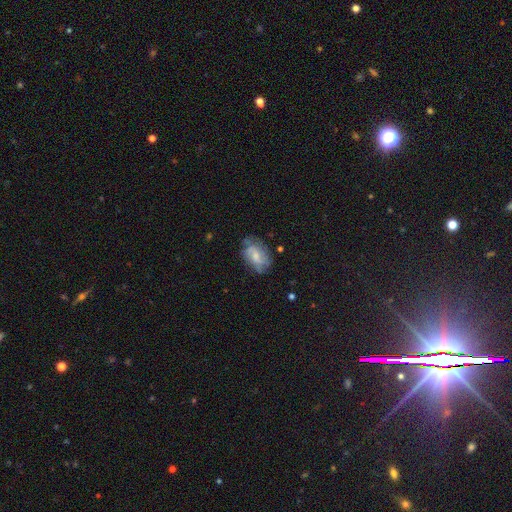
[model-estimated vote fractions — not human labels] A featured or disk galaxy (55%) with no bar (48%), spiral arms (78%) and a small central bulge (40%). Merging: none (60%).